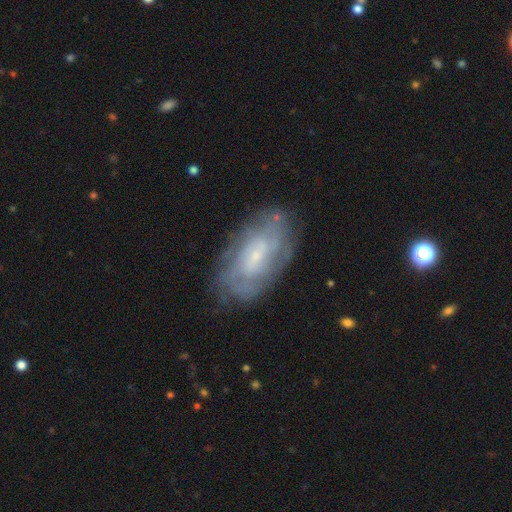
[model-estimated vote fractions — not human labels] This appears to be a featured or disk galaxy (68%) with no bar (51%), spiral arms (76%) and a small central bulge (72%). Merging: none (74%).